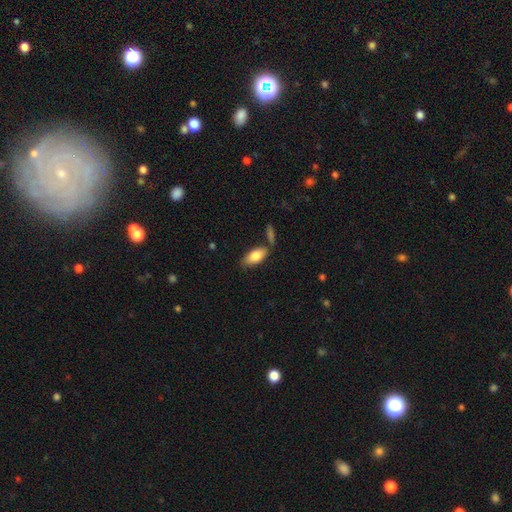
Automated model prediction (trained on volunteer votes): smooth_or_featured: smooth (p=0.80) [alt: featured or disk p=0.14]
how_rounded: in between (p=0.88) [alt: cigar-shaped p=0.10]
merging: none (p=0.72) [alt: minor disturbance p=0.14]